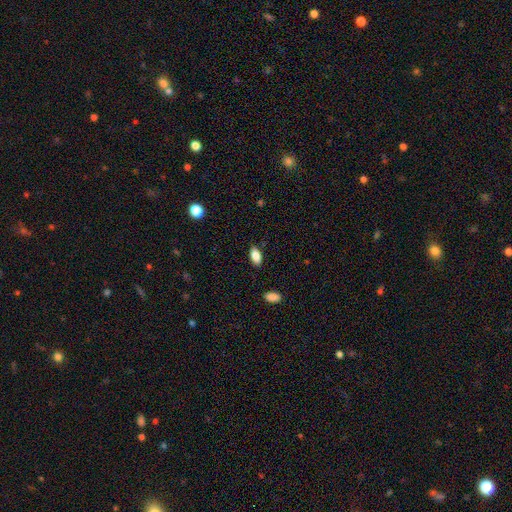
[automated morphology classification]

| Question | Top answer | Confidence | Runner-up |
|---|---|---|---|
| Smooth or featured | smooth | 87% | star or artifact (8%) |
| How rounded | in between | 92% | cigar-shaped (4%) |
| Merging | none | 86% | minor disturbance (10%) |